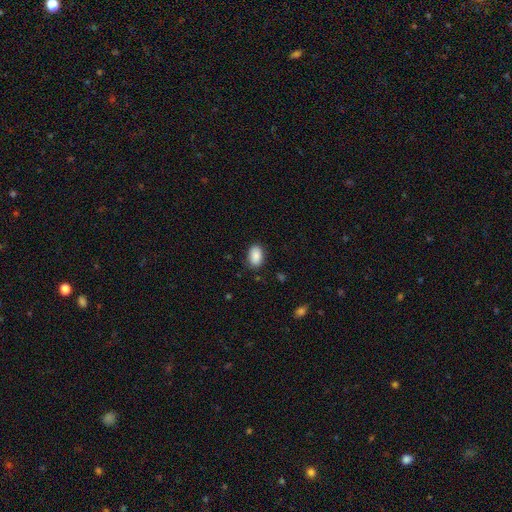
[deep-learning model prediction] Overall: smooth (89%). How rounded: in between (90%). Merging: none (85%).